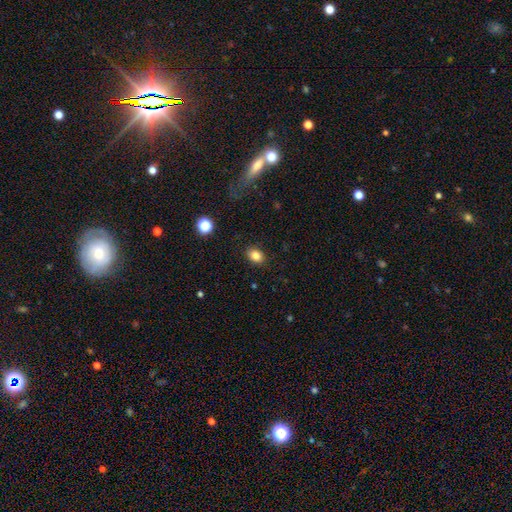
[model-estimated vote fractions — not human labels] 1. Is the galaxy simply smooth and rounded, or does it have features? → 83% smooth, 10% star or artifact, 6% featured or disk.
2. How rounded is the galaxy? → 69% in between, 30% round, 1% cigar-shaped.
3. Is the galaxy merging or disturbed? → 87% none, 9% minor disturbance, 2% major disturbance, 1% merger.